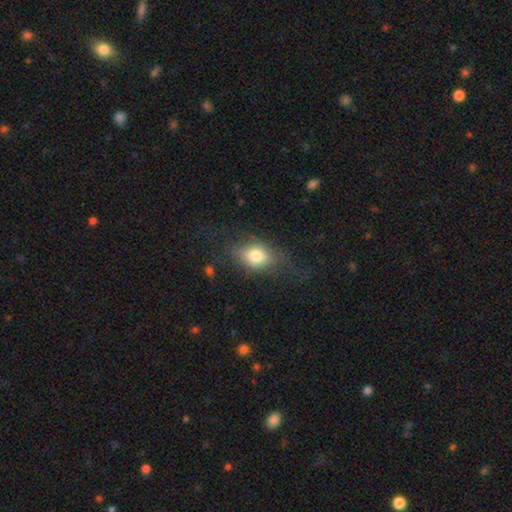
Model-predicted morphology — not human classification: type=smooth (75%); roundness=in between (72%); merging=none (57%).